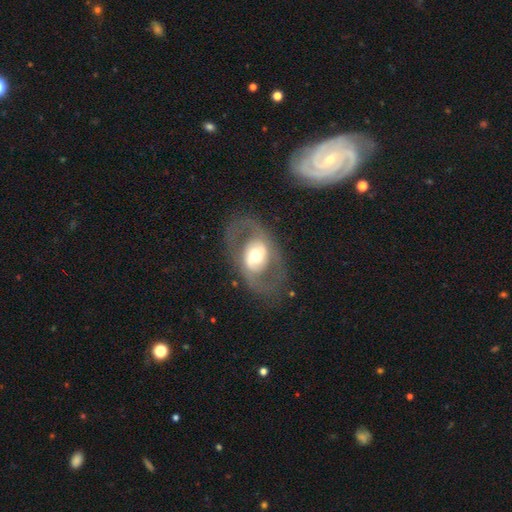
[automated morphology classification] featured or disk 66%, smooth 27%, star or artifact 6%. Down the decision tree: edge-on disk — no (92%); bar — no (54%); spiral arms — no (60%); bulge size — moderate (58%); merging — none (74%).